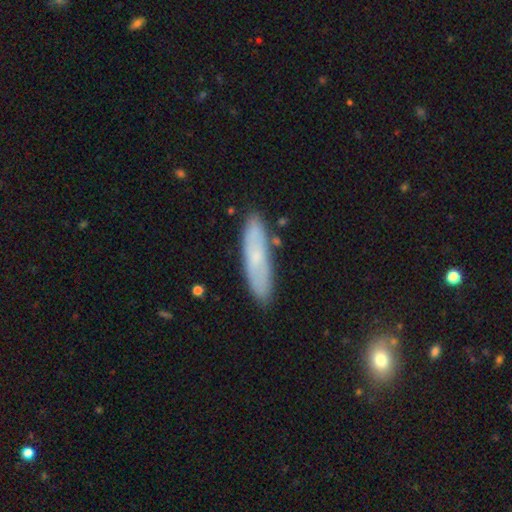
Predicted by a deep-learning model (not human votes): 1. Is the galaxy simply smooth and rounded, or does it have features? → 62% smooth, 32% featured or disk, 7% star or artifact.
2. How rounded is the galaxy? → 72% cigar-shaped, 26% in between, 2% round.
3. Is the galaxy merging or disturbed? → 82% none, 12% minor disturbance, 3% merger, 2% major disturbance.